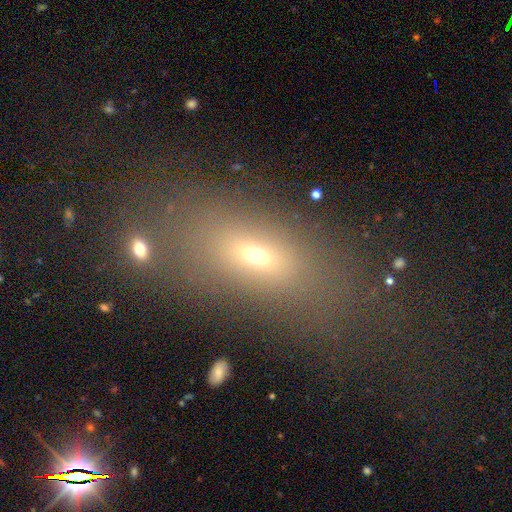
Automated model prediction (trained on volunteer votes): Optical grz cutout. It shows a smooth galaxy with no disk features (62%) that is in between round and cigar-shaped (74%). Merging: none (62%).